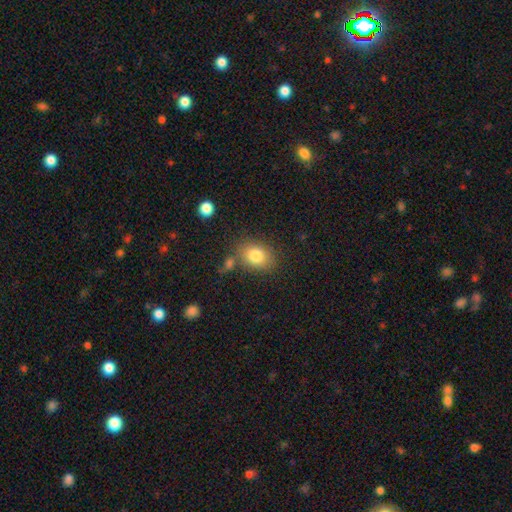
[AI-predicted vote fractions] This appears to be a smooth galaxy with no disk features (82%) that is in between round and cigar-shaped (63%). Merging: none (73%).